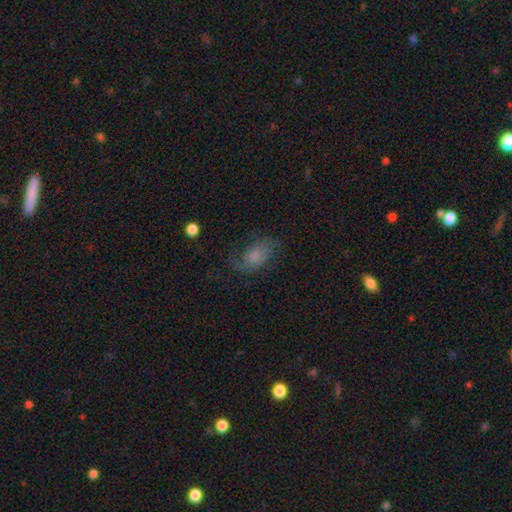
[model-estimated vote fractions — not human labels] The model was most divided on "smooth or featured": featured or disk: 45%, smooth: 44%, star or artifact: 11%. More confident: merging — none (55%).